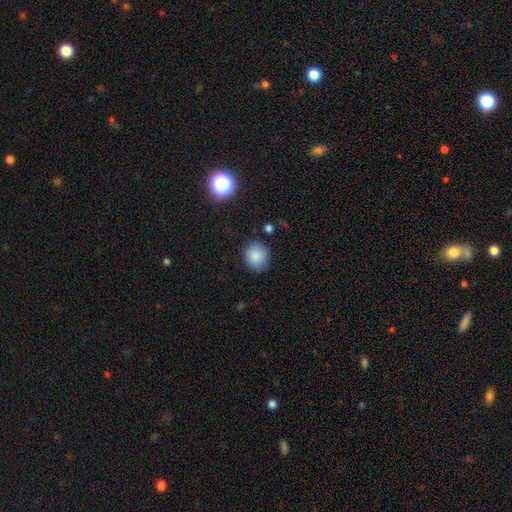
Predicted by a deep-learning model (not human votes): This is clearly a smooth galaxy (84%). How rounded: likely round (77%). Merging: clearly none (83%).